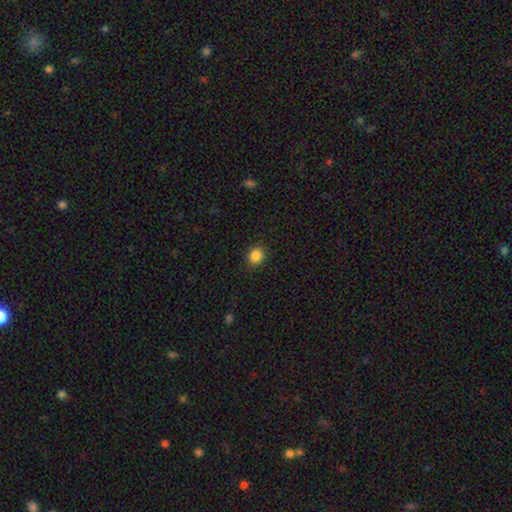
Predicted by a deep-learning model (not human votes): Smooth or featured? smooth (86%)
How rounded? round (69%)
Merging? none (89%)